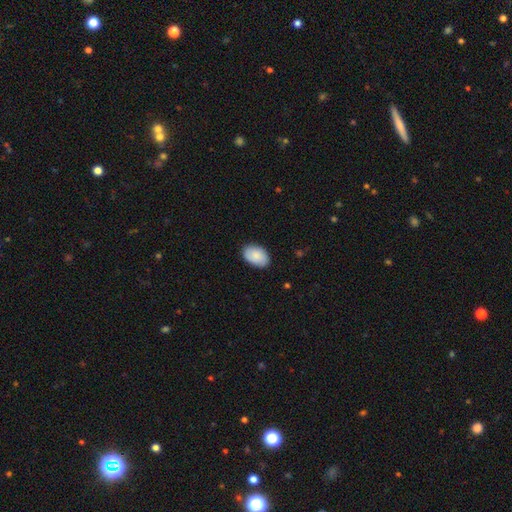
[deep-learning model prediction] Smooth or featured: smooth — 86% (featured or disk — 8%)
How rounded: in between — 90% (round — 9%)
Merging: none — 86% (minor disturbance — 11%)